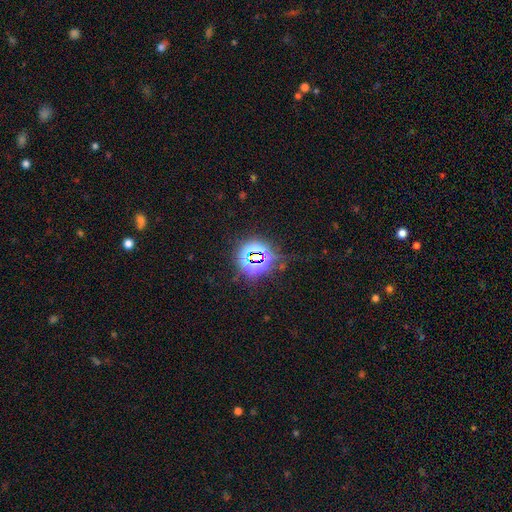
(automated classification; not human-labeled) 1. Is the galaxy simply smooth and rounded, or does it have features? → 79% star or artifact, 14% smooth, 8% featured or disk.